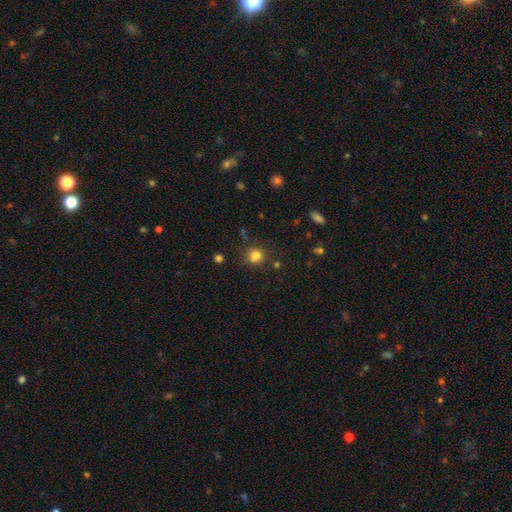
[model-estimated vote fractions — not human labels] Smooth or featured? Predicted: smooth (p=0.79). How rounded? Predicted: round (p=0.79). Merging? Predicted: none (p=0.70).